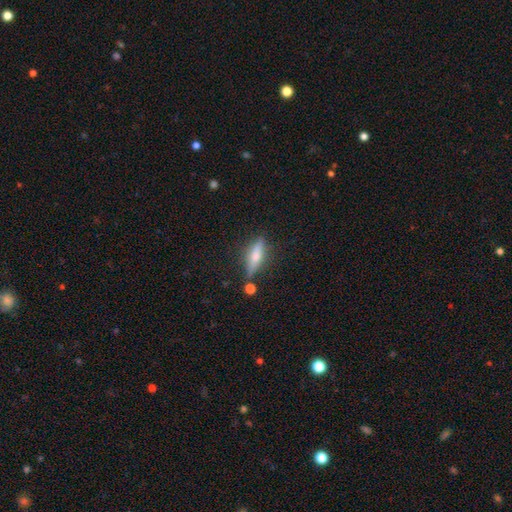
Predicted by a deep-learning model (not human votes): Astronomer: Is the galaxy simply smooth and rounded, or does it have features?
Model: smooth — 48% (runner-up: featured or disk, 44%).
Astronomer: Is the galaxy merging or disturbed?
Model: none — 75%.